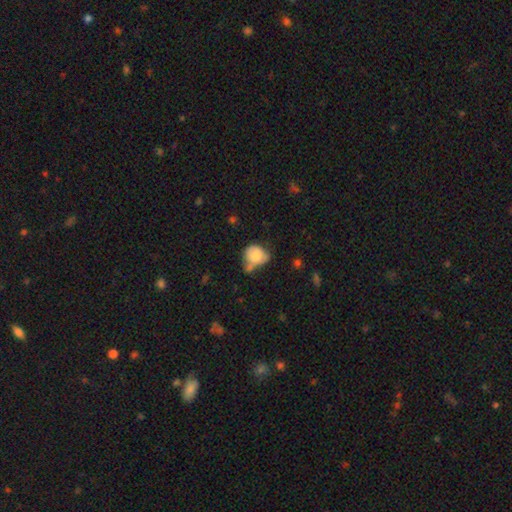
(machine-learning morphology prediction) smooth 74%, featured or disk 18%, star or artifact 8%. Down the decision tree: how rounded — round (64%); merging — none (34%).